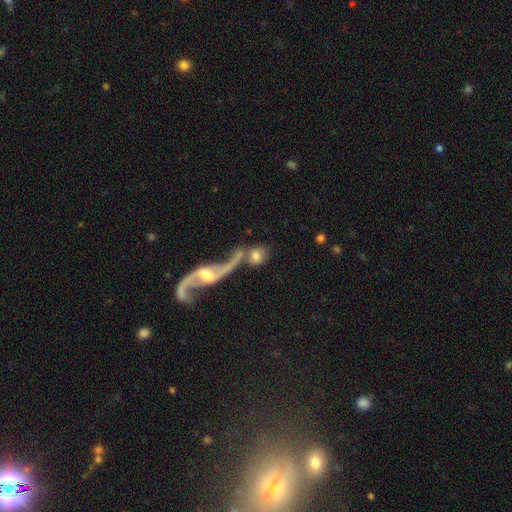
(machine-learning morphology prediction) smooth 62%, featured or disk 30%, star or artifact 8%. Down the decision tree: how rounded — round (56%); merging — merger (44%).